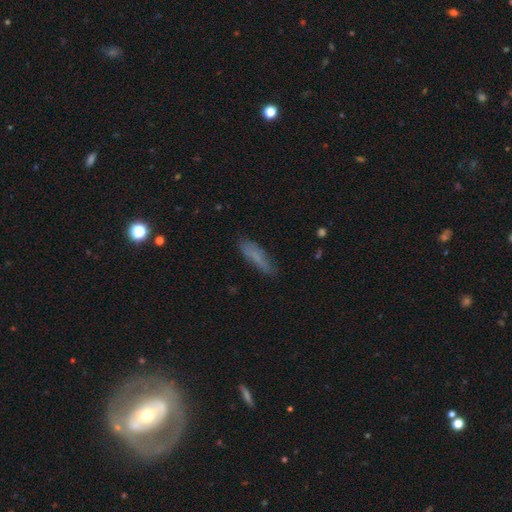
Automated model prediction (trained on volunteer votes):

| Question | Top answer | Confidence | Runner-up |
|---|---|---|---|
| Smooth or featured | smooth | 72% | featured or disk (19%) |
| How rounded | cigar-shaped | 73% | in between (25%) |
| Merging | none | 75% | minor disturbance (18%) |